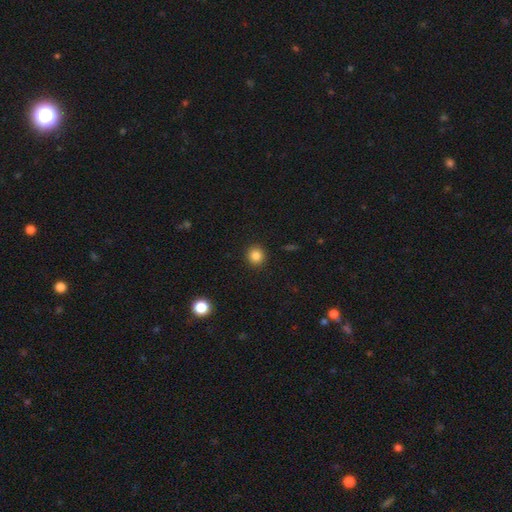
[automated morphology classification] Smooth or featured? Predicted: smooth (p=0.84). How rounded? Predicted: round (p=0.93). Merging? Predicted: none (p=0.92).